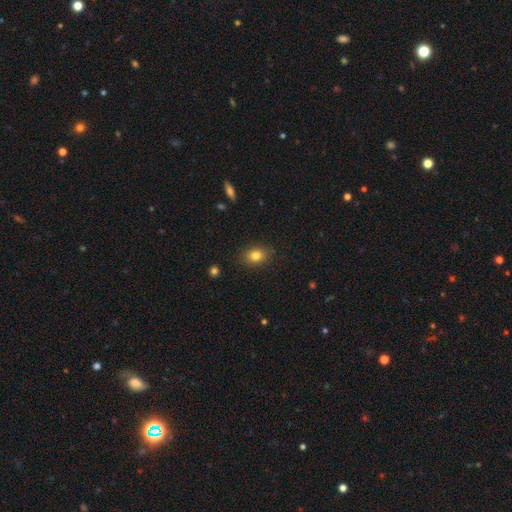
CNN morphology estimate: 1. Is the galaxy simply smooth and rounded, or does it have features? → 81% smooth, 11% star or artifact, 8% featured or disk.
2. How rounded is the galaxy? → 60% in between, 39% round, 1% cigar-shaped.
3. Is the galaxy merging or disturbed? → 87% none, 9% minor disturbance, 2% major disturbance, 1% merger.